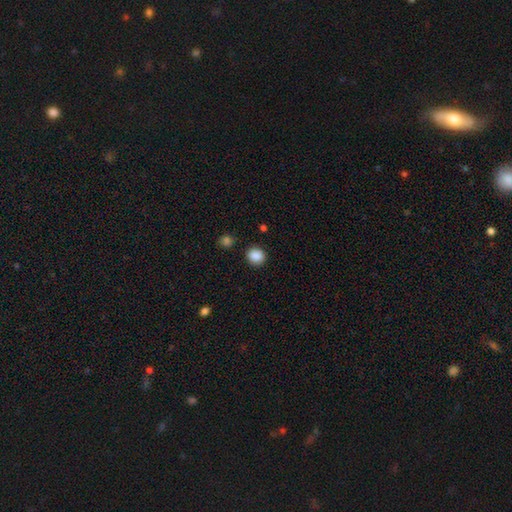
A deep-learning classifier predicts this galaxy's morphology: smooth-or-featured: smooth: 88% | star or artifact: 9% | featured or disk: 3%
  how-rounded: round: 80% | in between: 19% | cigar-shaped: 1%
  merging: none: 88% | minor disturbance: 7% | major disturbance: 2% | merger: 2%